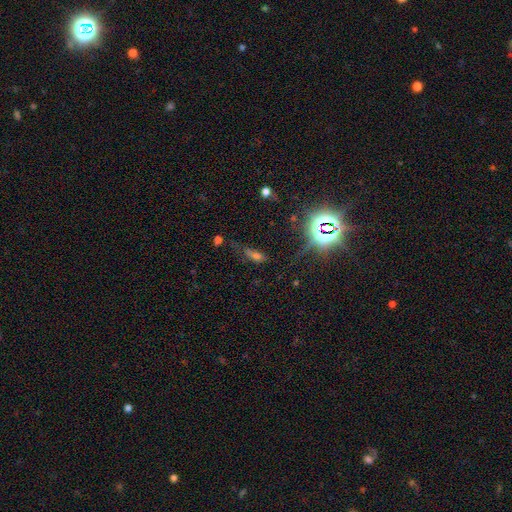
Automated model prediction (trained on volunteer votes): A star or artifact, not a galaxy (44%).